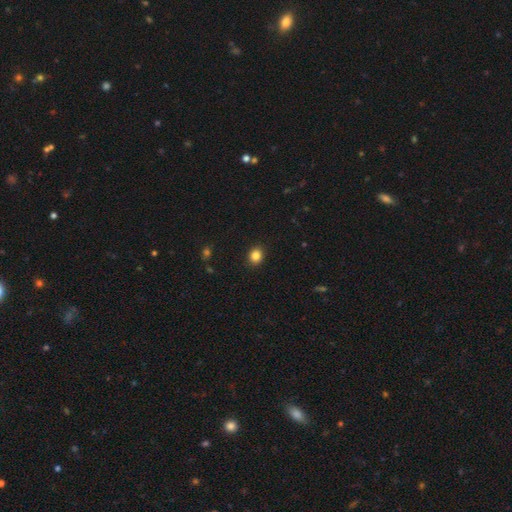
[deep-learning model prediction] Smooth or featured: smooth — 84% (star or artifact — 10%)
How rounded: round — 55% (in between — 44%)
Merging: none — 89% (minor disturbance — 8%)